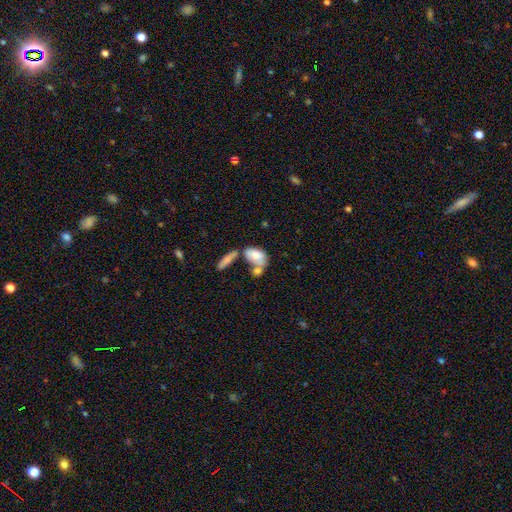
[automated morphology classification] smooth_or_featured: smooth (p=0.72) [alt: featured or disk p=0.21]
how_rounded: in between (p=0.89) [alt: round p=0.06]
merging: merger (p=0.46) [alt: none p=0.29]